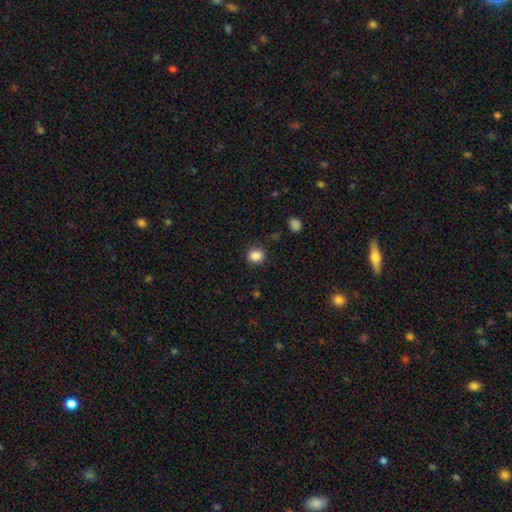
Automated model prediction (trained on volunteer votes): This is clearly a smooth galaxy (87%). How rounded: likely round (65%). Merging: clearly none (86%).